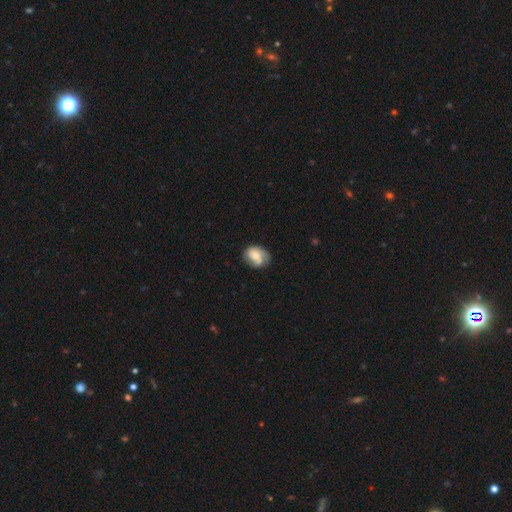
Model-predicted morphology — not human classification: Q: Smooth or featured?
A: featured or disk (51%); runner-up: smooth (42%)
Q: Edge-on disk?
A: no (97%); runner-up: yes (3%)
Q: Merging?
A: none (60%); runner-up: minor disturbance (28%)